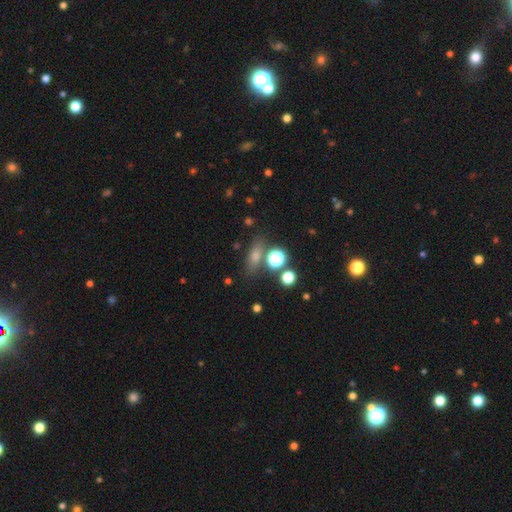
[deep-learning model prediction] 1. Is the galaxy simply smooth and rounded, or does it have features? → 55% smooth, 30% star or artifact, 15% featured or disk.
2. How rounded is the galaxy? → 53% in between, 26% round, 22% cigar-shaped.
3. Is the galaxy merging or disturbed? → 72% none, 12% minor disturbance, 11% merger, 5% major disturbance.